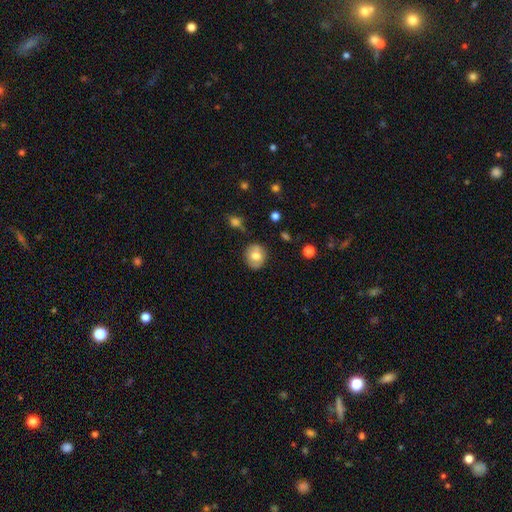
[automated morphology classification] A smooth galaxy with no disk features (73%) that is round (79%). Merging: none (80%).